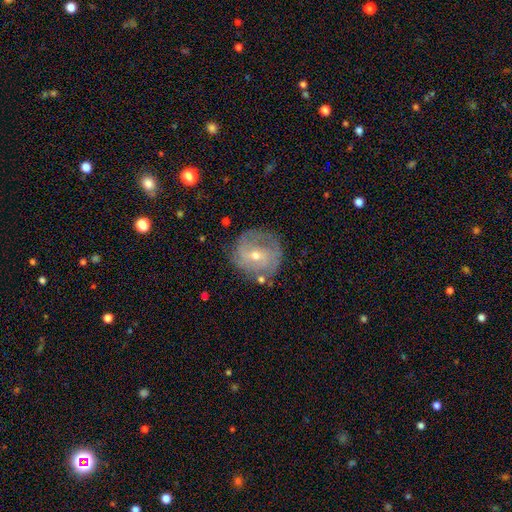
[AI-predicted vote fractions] smooth-or-featured: featured or disk: 65% | smooth: 26% | star or artifact: 9%
  disk-edge-on: no: 96% | yes: 4%
    bar: no: 44% (tied) | weak: 44% (tied) | strong: 13%
    has-spiral-arms: yes: 74% | no: 26%
    bulge-size: small: 54% | moderate: 43% | large: 1% | none: 1% | dominant: 1%
  merging: none: 68% | minor disturbance: 20% | major disturbance: 9% | merger: 3%